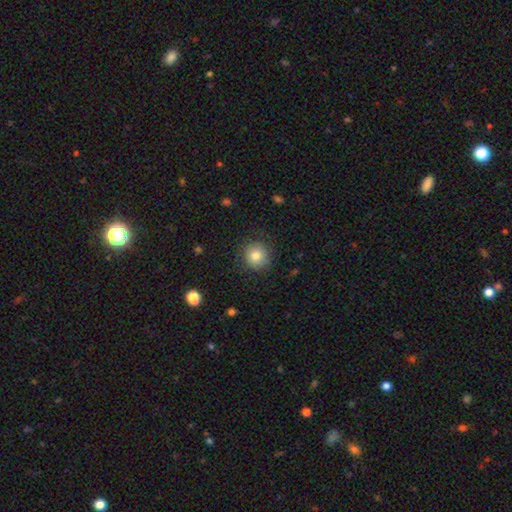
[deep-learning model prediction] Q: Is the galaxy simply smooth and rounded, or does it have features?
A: smooth — 80%.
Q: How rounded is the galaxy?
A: round — 90%.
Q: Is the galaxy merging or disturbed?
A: none — 85%.